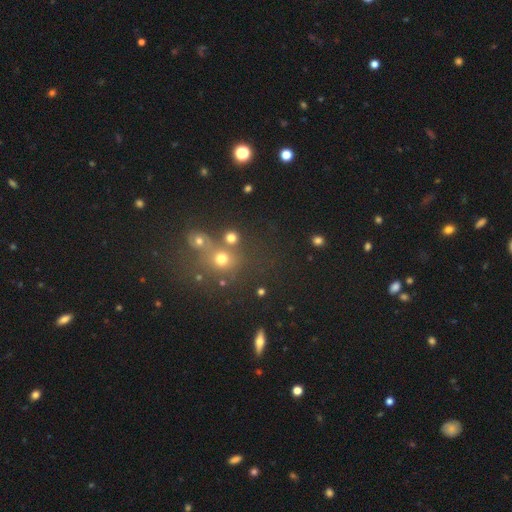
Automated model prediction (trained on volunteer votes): A star or artifact, not a galaxy (52%).

Vote fractions:
- Smooth or featured? star or artifact: 52% / smooth: 36% / featured or disk: 12%